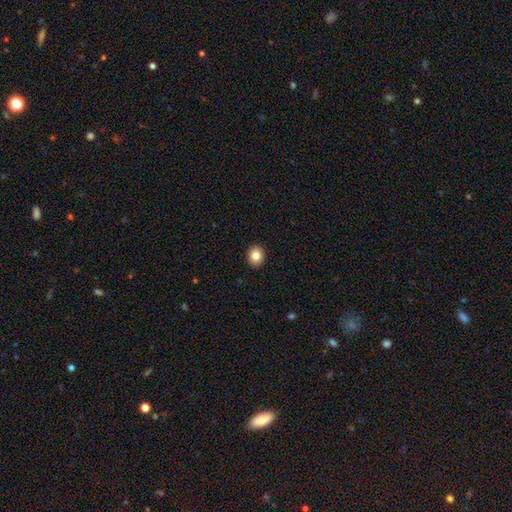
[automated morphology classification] Overall: smooth (84%). How rounded: round (66%; in between 33%). Merging: none (92%).